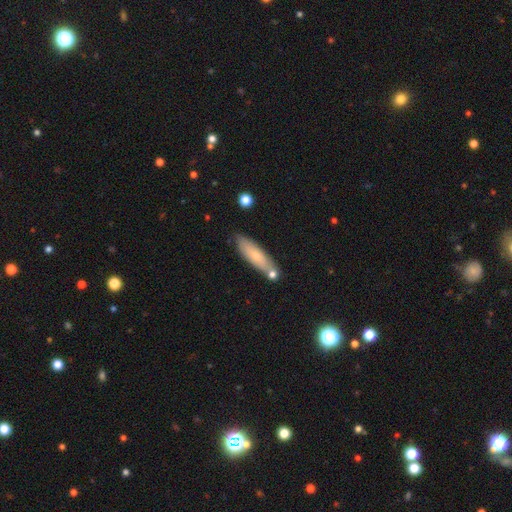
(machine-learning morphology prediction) Q: Smooth or featured?
A: smooth (69%); runner-up: featured or disk (25%)
Q: How rounded?
A: cigar-shaped (62%); runner-up: in between (36%)
Q: Merging?
A: none (73%); runner-up: minor disturbance (15%)